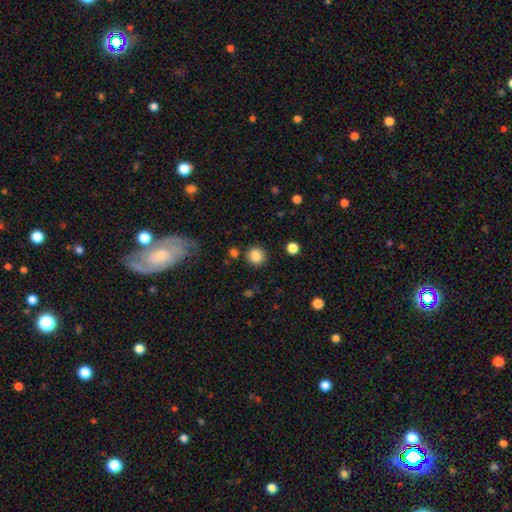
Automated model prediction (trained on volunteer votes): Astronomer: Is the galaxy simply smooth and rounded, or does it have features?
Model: smooth — 85%.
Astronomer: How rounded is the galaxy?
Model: round — 85%.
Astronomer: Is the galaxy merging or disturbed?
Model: none — 84%.